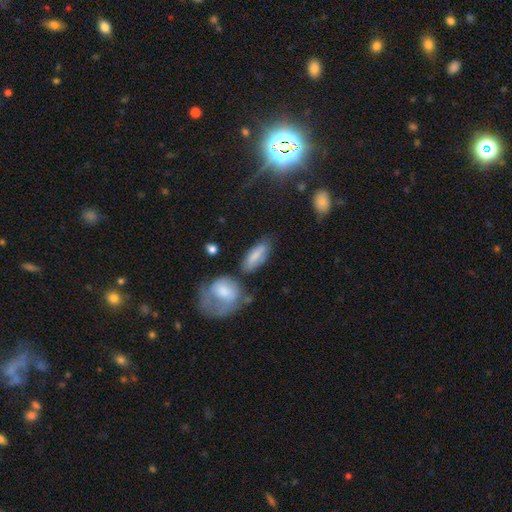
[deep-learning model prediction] Smooth or featured: smooth — 76% (featured or disk — 17%)
How rounded: in between — 66% (cigar-shaped — 30%)
Merging: none — 61% (minor disturbance — 21%)